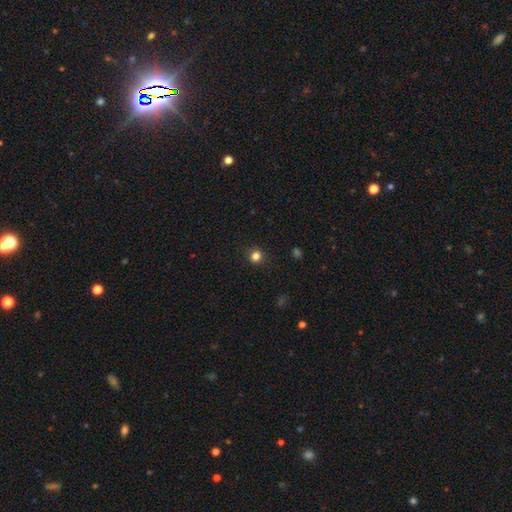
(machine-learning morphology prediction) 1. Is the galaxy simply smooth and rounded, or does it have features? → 81% smooth, 14% star or artifact, 4% featured or disk.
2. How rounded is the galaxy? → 91% round, 8% in between, 1% cigar-shaped.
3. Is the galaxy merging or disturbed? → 90% none, 7% minor disturbance, 2% major disturbance, 1% merger.